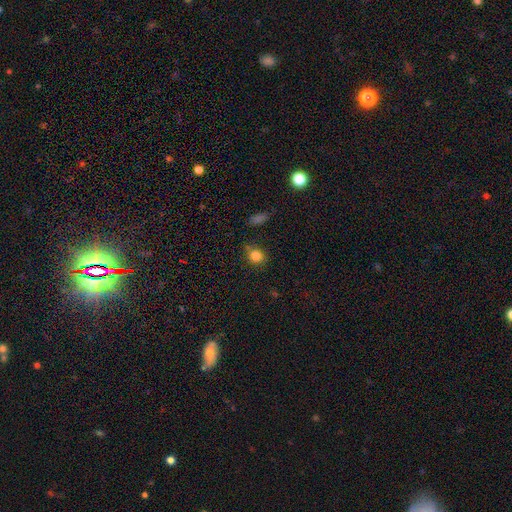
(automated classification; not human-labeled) Smooth or featured?
  - smooth: 83% *
  - star or artifact: 12%
  - featured or disk: 5%
How rounded?
  - round: 80% *
  - in between: 19%
  - cigar-shaped: 1%
Merging?
  - none: 77% *
  - minor disturbance: 13%
  - merger: 7%
  - major disturbance: 4%